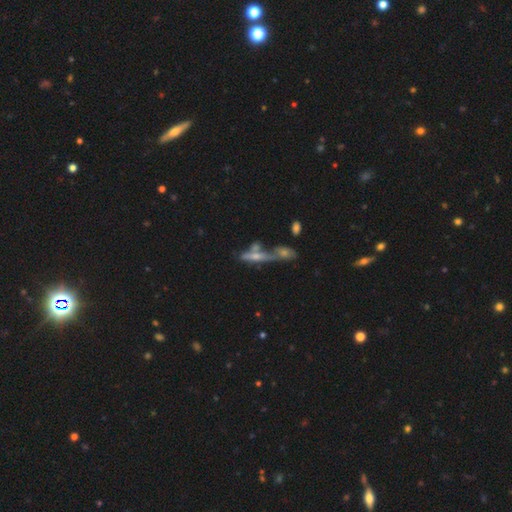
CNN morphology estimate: Overall: featured or disk (48%; smooth 41%). Merging: merger (44%; none 37%).